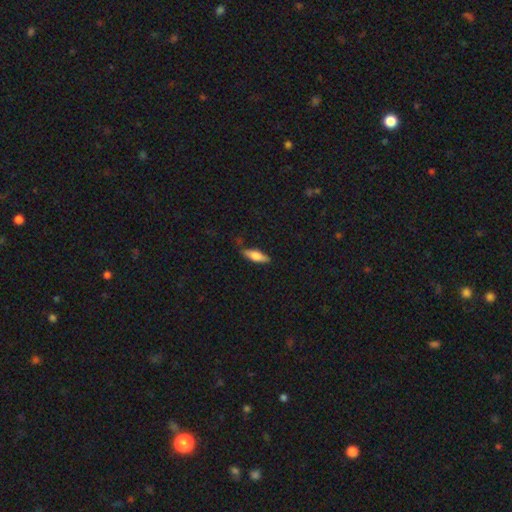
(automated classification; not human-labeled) The model was most divided on "how rounded" (2-way tie): in between: 49%, cigar-shaped: 49%, round: 2%. More confident: merging — none (77%); smooth or featured — smooth (69%).